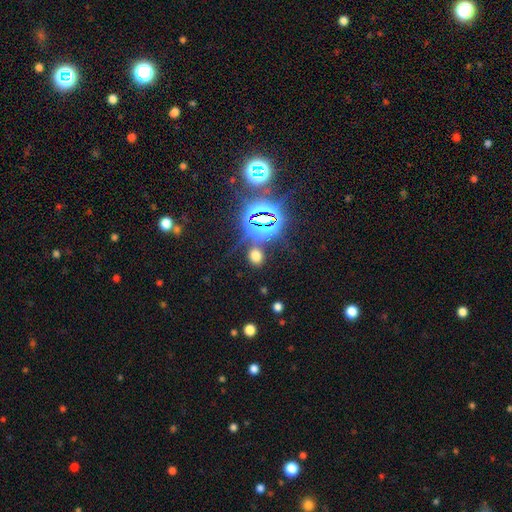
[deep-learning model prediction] The model was most divided on "how rounded": round: 56%, in between: 42%, cigar-shaped: 2%. More confident: merging — none (77%); smooth or featured — smooth (54%).